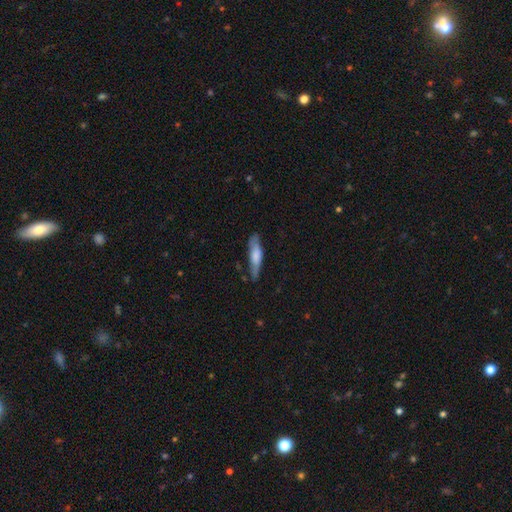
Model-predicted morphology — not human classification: smooth 58%, featured or disk 36%, star or artifact 6%. Down the decision tree: how rounded — cigar-shaped (68%); merging — none (70%).